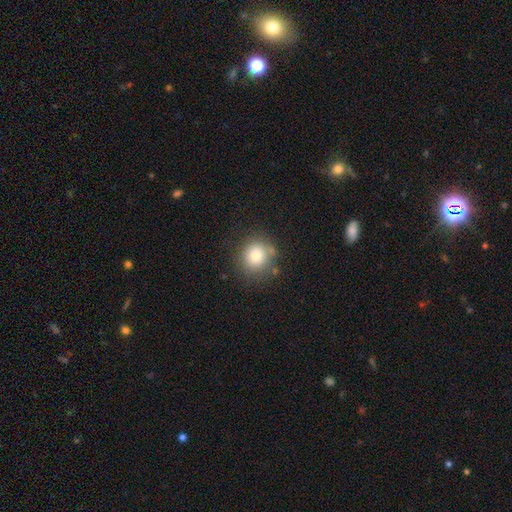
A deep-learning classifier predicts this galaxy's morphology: A smooth galaxy with no disk features (77%) that is round (86%).

Vote fractions:
- Smooth or featured? smooth: 77% / star or artifact: 12% / featured or disk: 11%
- How rounded? round: 86% / in between: 13% / cigar-shaped: 1%
- Merging? none: 76% / minor disturbance: 15% / major disturbance: 5% / merger: 4%